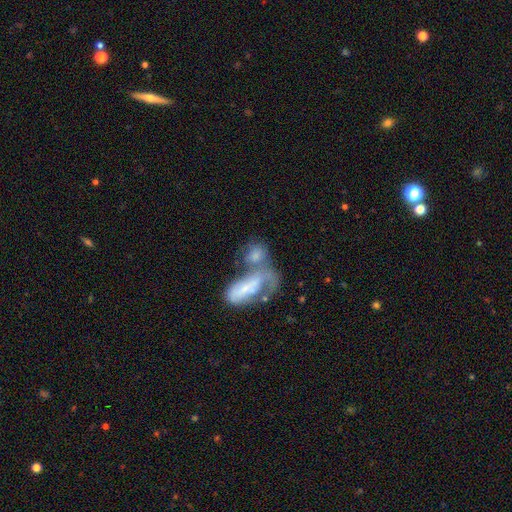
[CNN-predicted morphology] A smooth galaxy with no disk features (60%) that is in between round and cigar-shaped (70%). Merging: merger (61%).